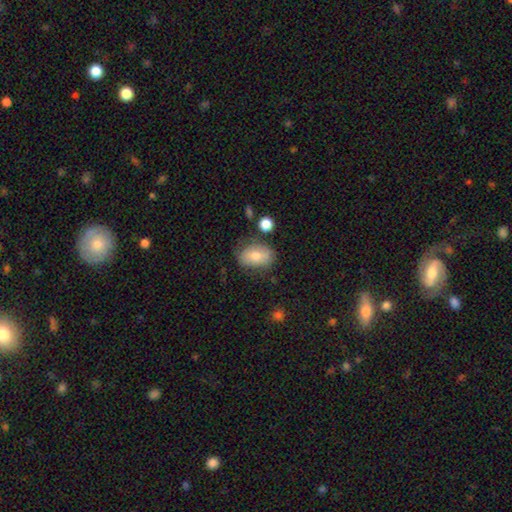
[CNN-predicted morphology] smooth_or_featured: smooth (p=0.71) [alt: featured or disk p=0.21]
how_rounded: in between (p=0.82) [alt: round p=0.16]
merging: none (p=0.69) [alt: minor disturbance p=0.21]